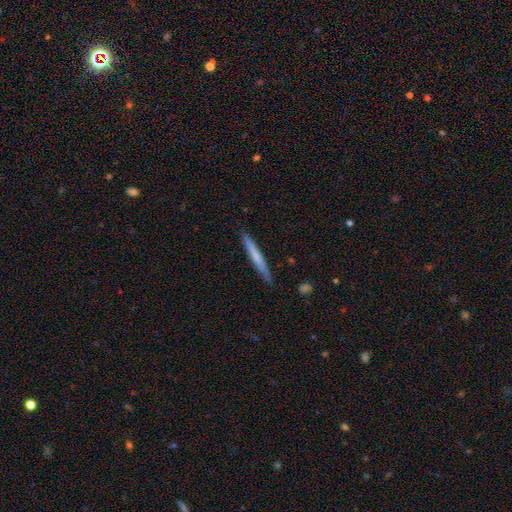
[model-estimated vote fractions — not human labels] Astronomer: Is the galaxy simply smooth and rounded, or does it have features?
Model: smooth — 59% (runner-up: featured or disk, 36%).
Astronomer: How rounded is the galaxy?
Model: cigar-shaped — 97%.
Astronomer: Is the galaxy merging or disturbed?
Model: none — 89%.